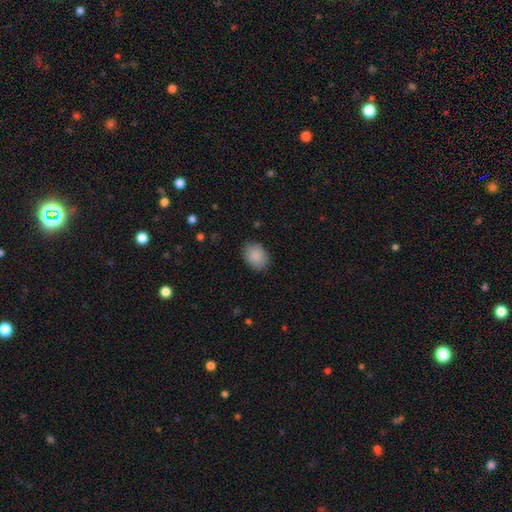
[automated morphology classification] smooth 89%, star or artifact 7%, featured or disk 4%. Down the decision tree: how rounded — in between (62%); merging — none (84%).